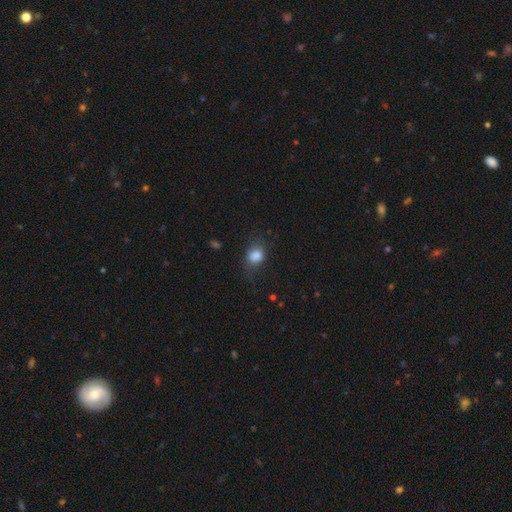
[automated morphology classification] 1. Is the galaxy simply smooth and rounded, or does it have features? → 83% smooth, 10% star or artifact, 8% featured or disk.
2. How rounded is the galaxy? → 52% round, 47% in between, 1% cigar-shaped.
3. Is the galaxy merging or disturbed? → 57% none, 27% minor disturbance, 14% major disturbance, 2% merger.